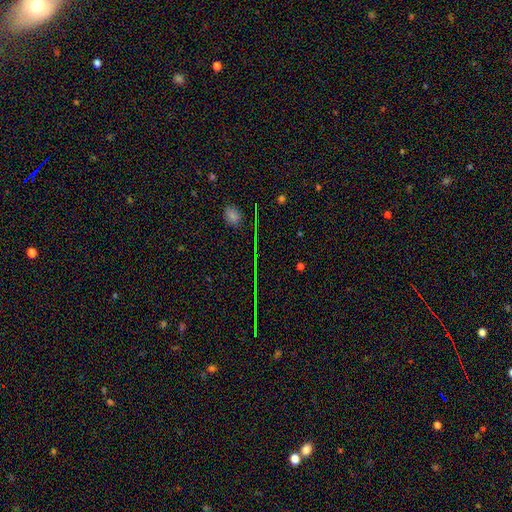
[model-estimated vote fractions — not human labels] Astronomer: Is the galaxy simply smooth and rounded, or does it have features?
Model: star or artifact — 68%.